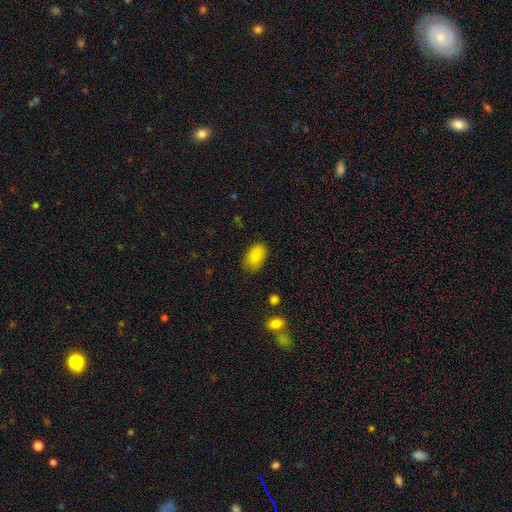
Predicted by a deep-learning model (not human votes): smooth_or_featured: smooth (p=0.86) [alt: star or artifact p=0.08]
how_rounded: in between (p=0.91) [alt: round p=0.07]
merging: none (p=0.81) [alt: minor disturbance p=0.14]